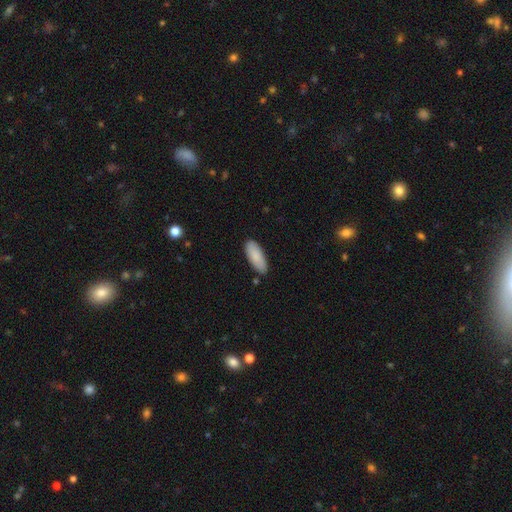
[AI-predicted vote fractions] A smooth galaxy with no disk features (88%) that is in between round and cigar-shaped (78%).

Vote fractions:
- Smooth or featured? smooth: 88% / featured or disk: 7% / star or artifact: 6%
- How rounded? in between: 78% / cigar-shaped: 20% / round: 2%
- Merging? none: 83% / minor disturbance: 13% / major disturbance: 2% / merger: 2%